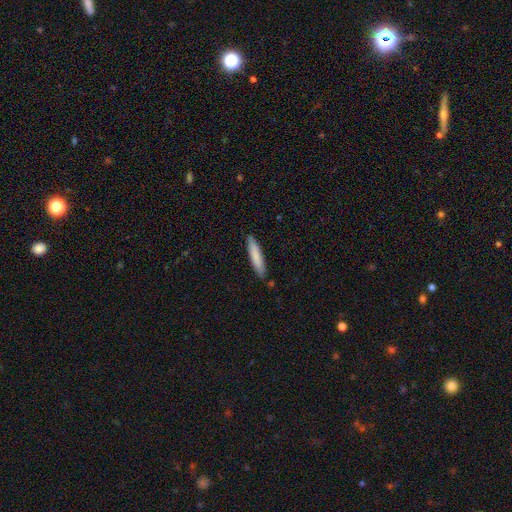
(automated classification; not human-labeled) This is clearly a smooth galaxy (82%). How rounded: clearly cigar-shaped (89%). Merging: clearly none (88%).